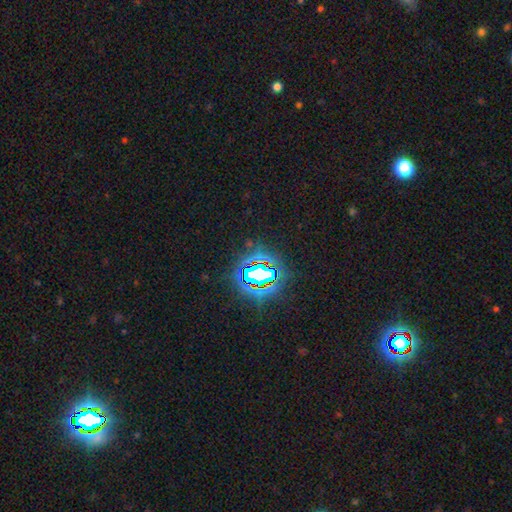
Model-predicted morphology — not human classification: Q: Smooth or featured?
A: star or artifact (83%); runner-up: smooth (10%)